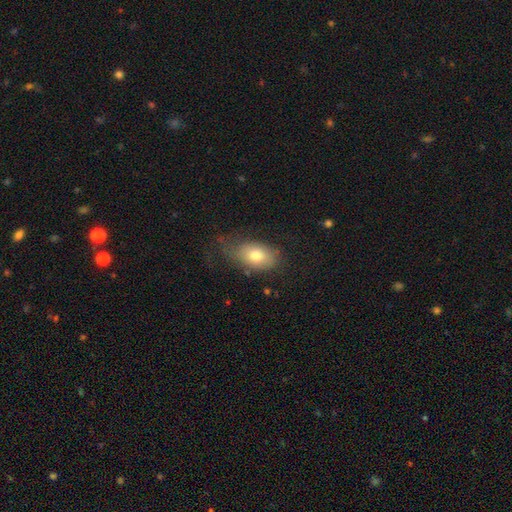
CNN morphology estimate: Smooth or featured?
  - smooth: 74% *
  - featured or disk: 18%
  - star or artifact: 8%
How rounded?
  - in between: 87% *
  - round: 11%
  - cigar-shaped: 2%
Merging?
  - none: 58% *
  - minor disturbance: 27%
  - major disturbance: 13%
  - merger: 2%